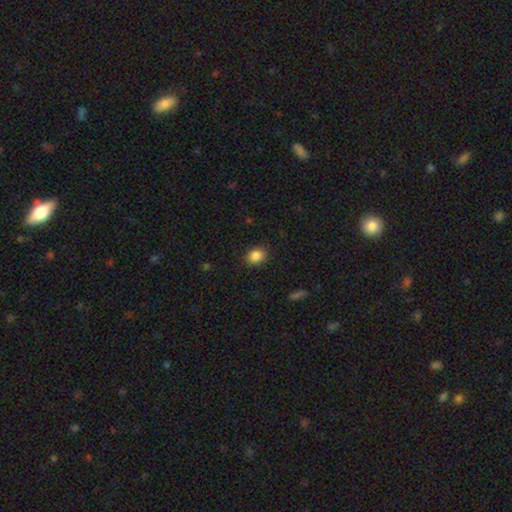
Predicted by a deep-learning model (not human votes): smooth-or-featured: smooth: 86% | star or artifact: 9% | featured or disk: 4%
  how-rounded: round: 51% | in between: 48% | cigar-shaped: 1%
  merging: none: 87% | minor disturbance: 9% | major disturbance: 3% | merger: 1%